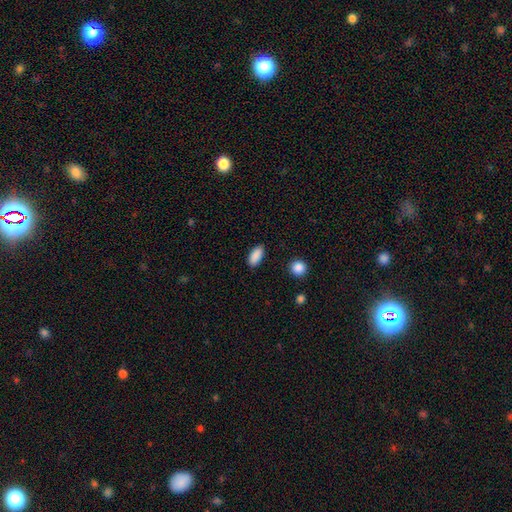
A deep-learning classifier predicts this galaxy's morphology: Smooth or featured?
  - smooth: 90% *
  - star or artifact: 7%
  - featured or disk: 3%
How rounded?
  - in between: 89% *
  - cigar-shaped: 8%
  - round: 3%
Merging?
  - none: 88% *
  - minor disturbance: 9%
  - major disturbance: 2%
  - merger: 1%